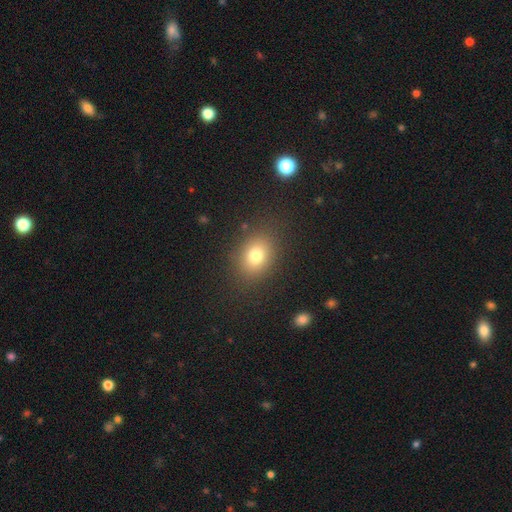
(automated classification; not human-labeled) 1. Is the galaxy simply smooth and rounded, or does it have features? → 77% smooth, 13% star or artifact, 10% featured or disk.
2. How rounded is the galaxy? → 53% in between, 46% round, 1% cigar-shaped.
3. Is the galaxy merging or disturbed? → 84% none, 10% minor disturbance, 5% major disturbance, 1% merger.